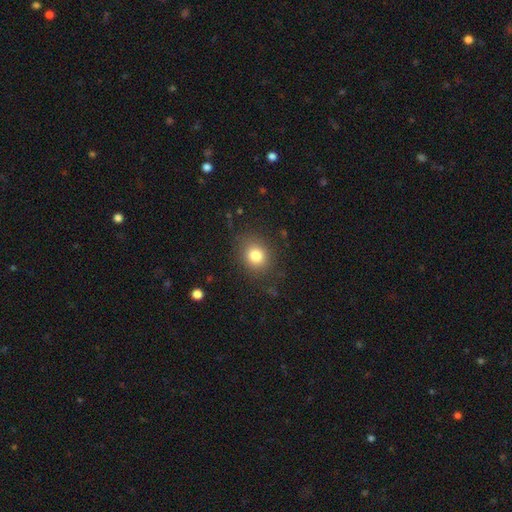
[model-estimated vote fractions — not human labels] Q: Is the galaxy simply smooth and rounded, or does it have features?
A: smooth — 81%.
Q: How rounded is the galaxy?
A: round — 66%.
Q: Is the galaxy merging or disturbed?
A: none — 84%.